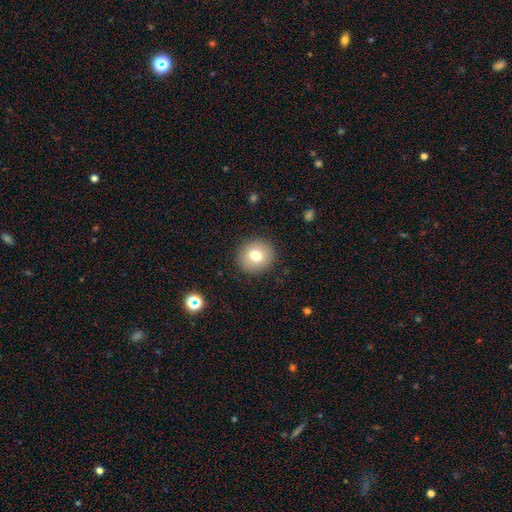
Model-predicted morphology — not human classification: Smooth or featured? smooth (76%)
How rounded? round (86%)
Merging? none (90%)